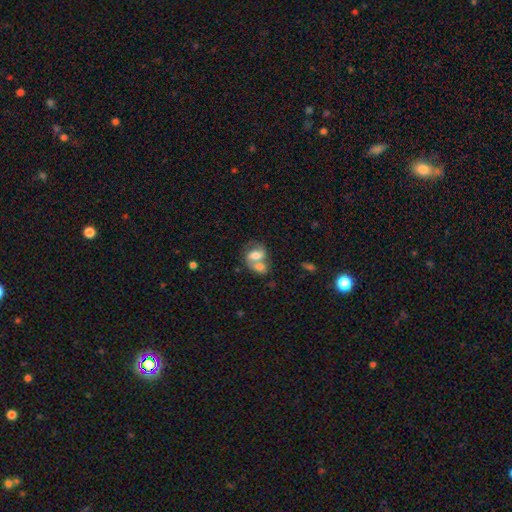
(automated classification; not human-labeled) Smooth or featured? Predicted: smooth (p=0.52). How rounded? Predicted: in between (p=0.71). Merging? Predicted: merger (p=0.65).